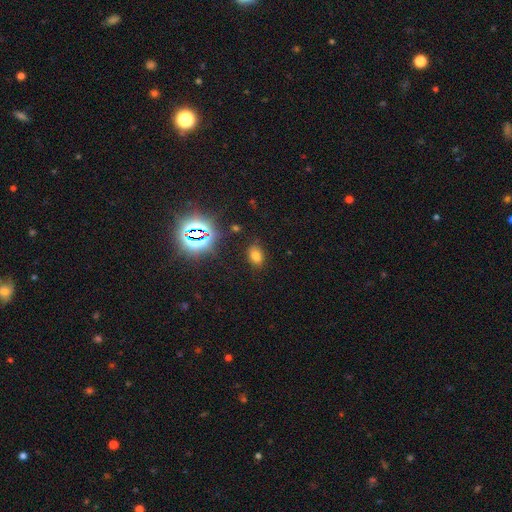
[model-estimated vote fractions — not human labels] Smooth or featured?
  - smooth: 67% *
  - star or artifact: 25%
  - featured or disk: 8%
How rounded?
  - in between: 81% *
  - round: 17%
  - cigar-shaped: 2%
Merging?
  - none: 83% *
  - minor disturbance: 11%
  - major disturbance: 4%
  - merger: 2%